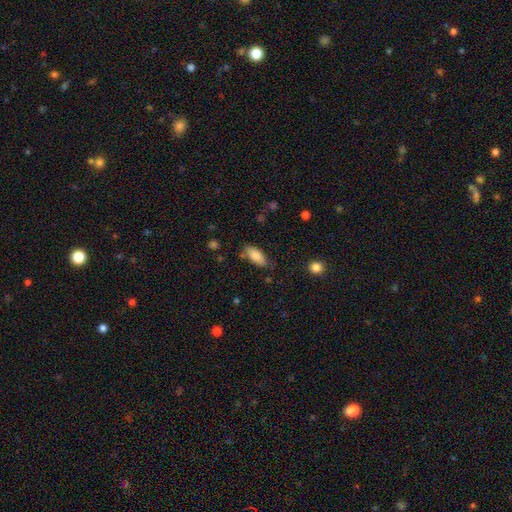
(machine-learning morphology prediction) smooth 85%, featured or disk 8%, star or artifact 7%. Down the decision tree: how rounded — in between (86%); merging — none (76%).